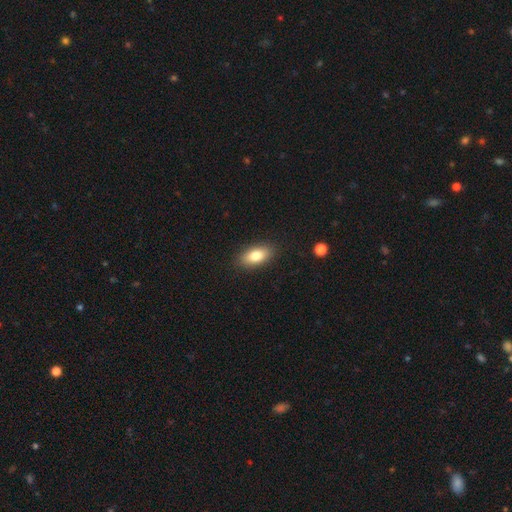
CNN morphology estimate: type=smooth (79%); roundness=in between (87%); merging=none (88%).